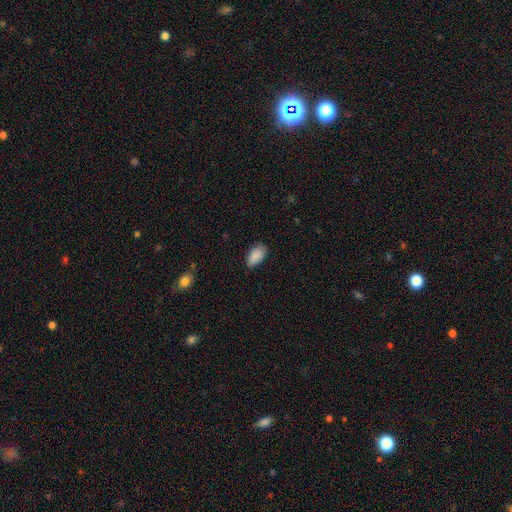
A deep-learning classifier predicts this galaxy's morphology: The model was most divided on "merging": none: 82%, minor disturbance: 15%, major disturbance: 3%, merger: 1%. More confident: how rounded — in between (94%); smooth or featured — smooth (89%).